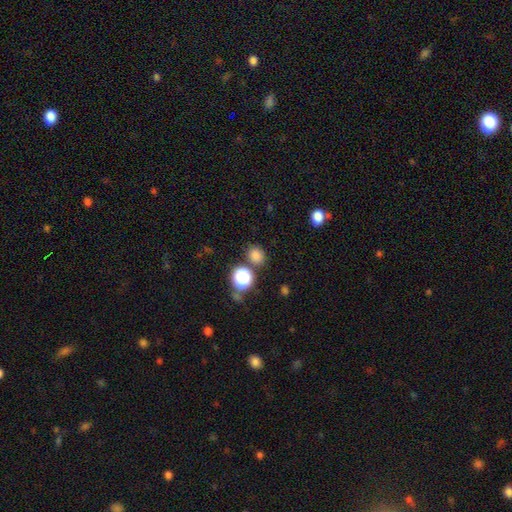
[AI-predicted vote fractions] A smooth galaxy with no disk features (77%) that is round (70%).

Vote fractions:
- Smooth or featured? smooth: 77% / star or artifact: 18% / featured or disk: 5%
- How rounded? round: 70% / in between: 29% / cigar-shaped: 1%
- Merging? none: 77% / minor disturbance: 11% / merger: 9% / major disturbance: 4%